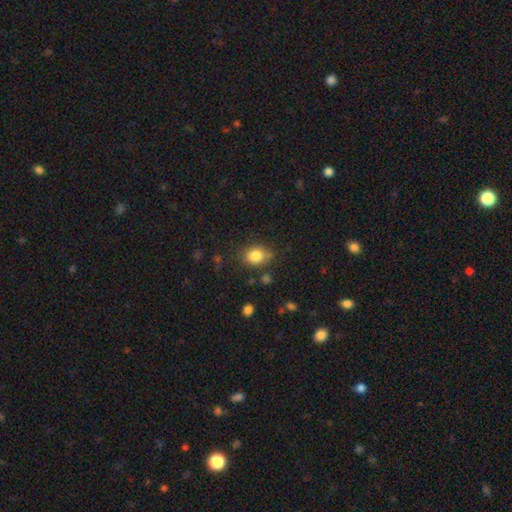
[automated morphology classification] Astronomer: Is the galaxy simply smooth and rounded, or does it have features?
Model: smooth — 83%.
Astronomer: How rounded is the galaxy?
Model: in between — 57% (runner-up: round, 42%).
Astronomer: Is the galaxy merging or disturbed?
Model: none — 73%.